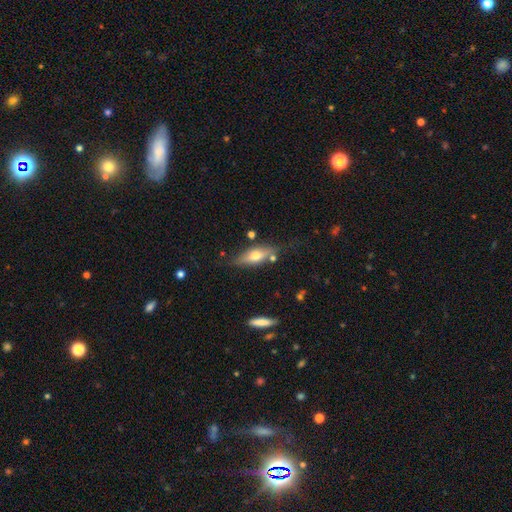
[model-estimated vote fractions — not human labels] A smooth galaxy with no disk features (53%) that is in between round and cigar-shaped (58%).

Vote fractions:
- Smooth or featured? smooth: 53% / featured or disk: 40% / star or artifact: 7%
- How rounded? in between: 58% / cigar-shaped: 39% / round: 3%
- Merging? none: 70% / minor disturbance: 18% / merger: 7% / major disturbance: 5%